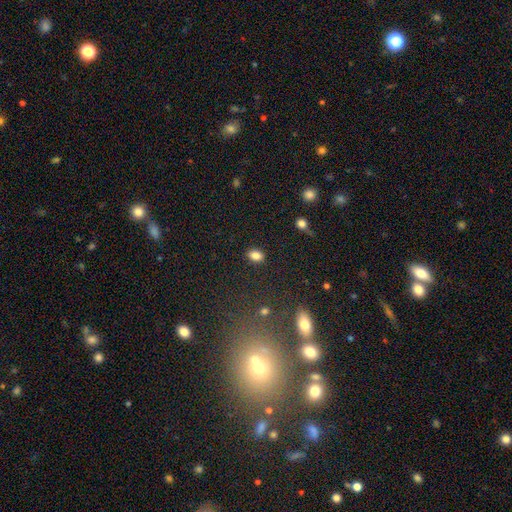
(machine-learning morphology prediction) This appears to be a smooth galaxy with no disk features (84%) that is in between round and cigar-shaped (73%). Merging: none (88%).